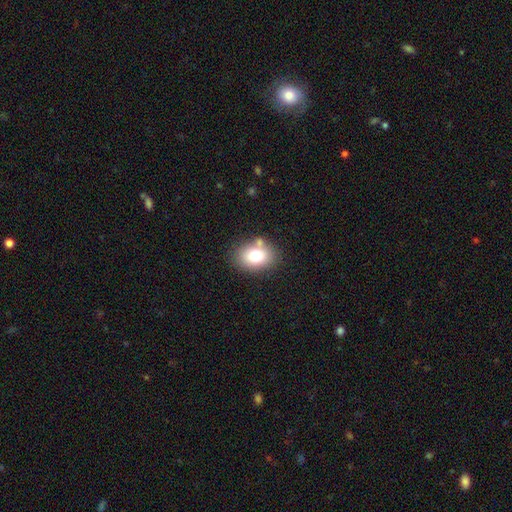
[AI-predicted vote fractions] The model was most divided on "how rounded": in between: 71%, round: 28%, cigar-shaped: 1%. More confident: smooth or featured — smooth (76%); merging — none (73%).